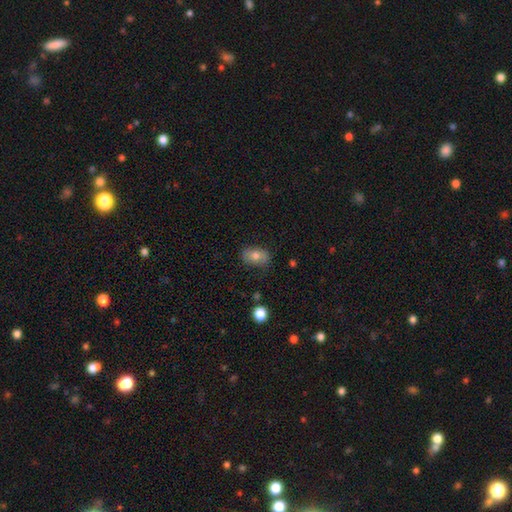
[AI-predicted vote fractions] Q: Smooth or featured?
A: smooth (70%); runner-up: featured or disk (20%)
Q: How rounded?
A: in between (81%); runner-up: round (17%)
Q: Merging?
A: none (75%); runner-up: minor disturbance (19%)